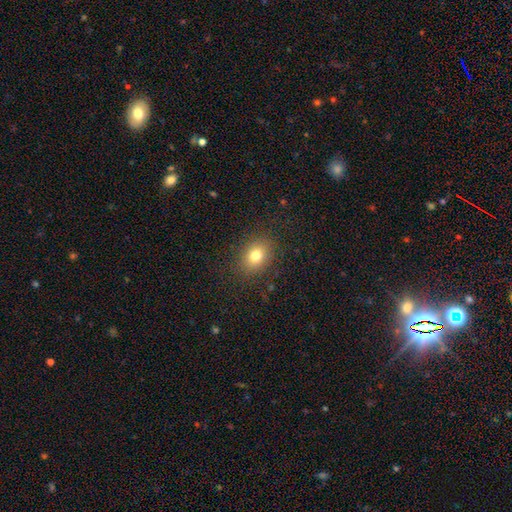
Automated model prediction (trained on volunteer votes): This appears to be a smooth galaxy with no disk features (79%) that is in between round and cigar-shaped (59%). Merging: none (86%).